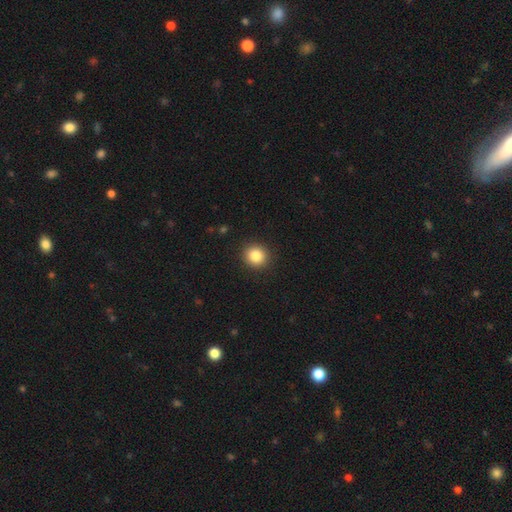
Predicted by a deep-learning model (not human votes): A smooth galaxy with no disk features (85%) that is round (89%).

Vote fractions:
- Smooth or featured? smooth: 85% / star or artifact: 10% / featured or disk: 5%
- How rounded? round: 89% / in between: 10% / cigar-shaped: 1%
- Merging? none: 92% / minor disturbance: 6% / major disturbance: 2% / merger: 1%